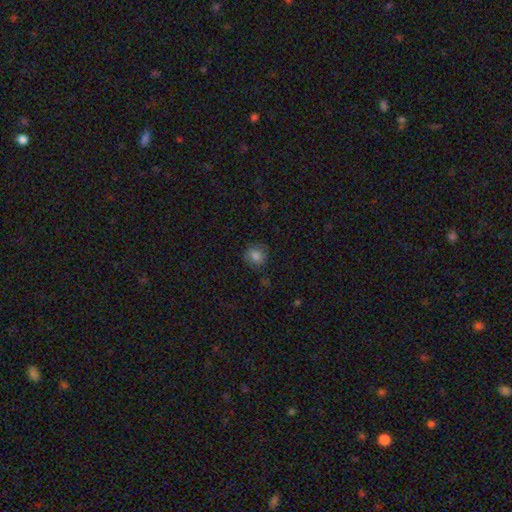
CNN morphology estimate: type=smooth (81%); roundness=round (79%); merging=none (78%).